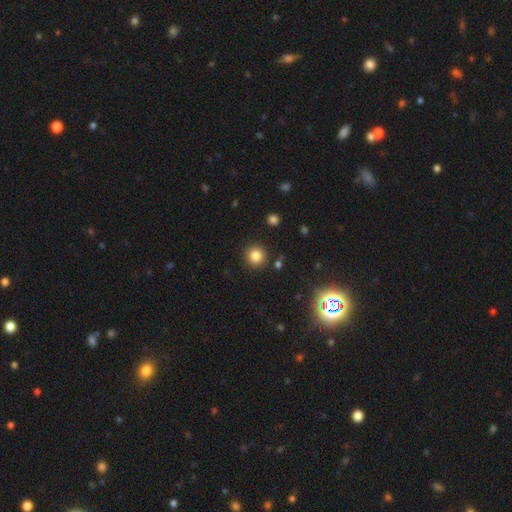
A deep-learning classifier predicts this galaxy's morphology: Q: Smooth or featured?
A: smooth (83%); runner-up: star or artifact (12%)
Q: How rounded?
A: round (93%); runner-up: in between (6%)
Q: Merging?
A: none (90%); runner-up: minor disturbance (6%)